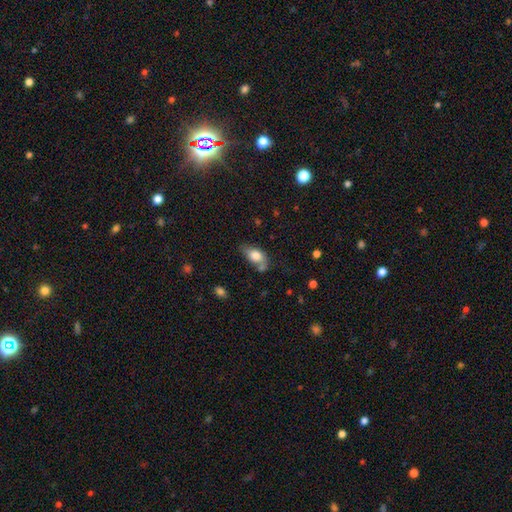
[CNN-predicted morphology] smooth 76%, featured or disk 16%, star or artifact 8%. Down the decision tree: how rounded — in between (87%); merging — none (44%).